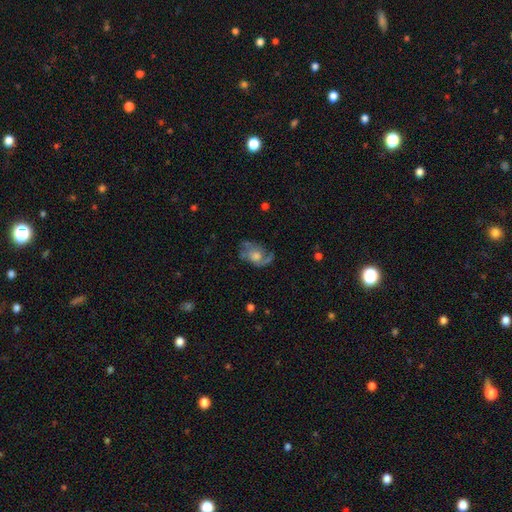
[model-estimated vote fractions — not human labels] Smooth or featured? Predicted: featured or disk (p=0.66). Edge-on disk? Predicted: no (p=0.95). Bar? Predicted: no (p=0.76). Spiral arms? Predicted: yes (p=0.78). Bulge size? Predicted: moderate (p=0.49). Merging? Predicted: none (p=0.61).